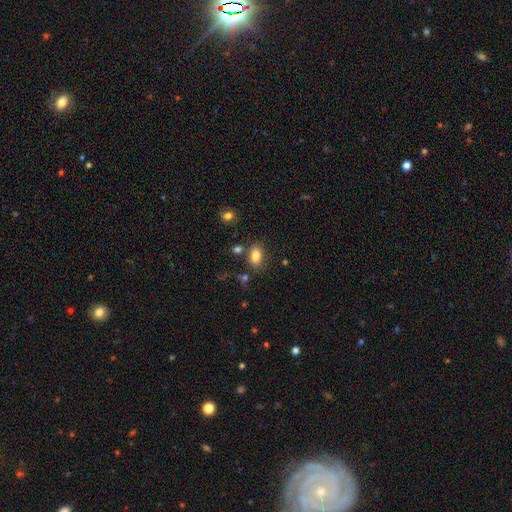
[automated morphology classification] Smooth or featured? smooth (83%)
How rounded? in between (84%)
Merging? none (76%)